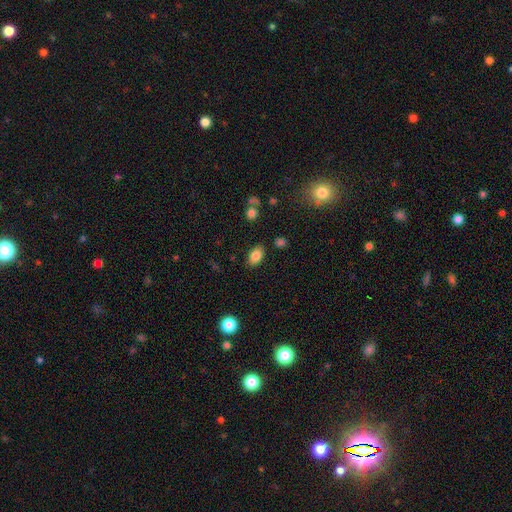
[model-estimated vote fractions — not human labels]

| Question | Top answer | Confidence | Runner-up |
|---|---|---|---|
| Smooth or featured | smooth | 84% | star or artifact (9%) |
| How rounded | in between | 89% | round (9%) |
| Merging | none | 84% | minor disturbance (11%) |